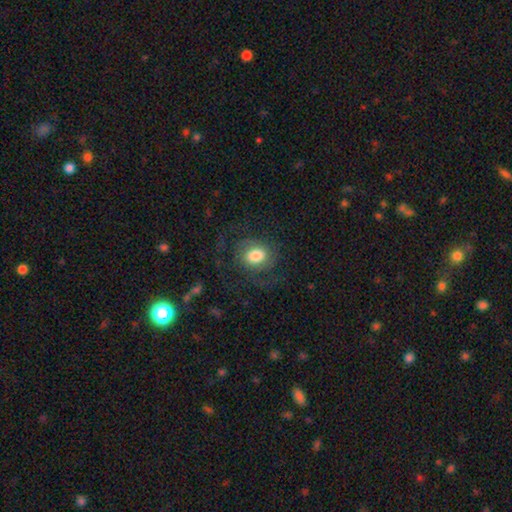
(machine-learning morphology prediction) Smooth or featured? Predicted: featured or disk (p=0.48). Merging? Predicted: none (p=0.59).